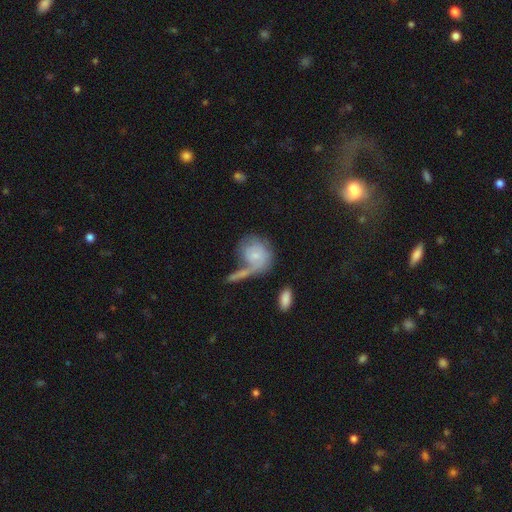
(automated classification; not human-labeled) Morphology: type=smooth (51%); roundness=round (64%); merging=merger (32%).